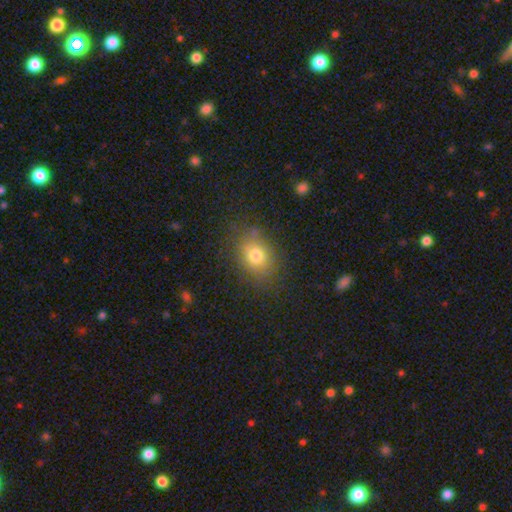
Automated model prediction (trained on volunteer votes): The model was most divided on "how rounded": round: 54%, in between: 44%, cigar-shaped: 1%. More confident: merging — none (78%); smooth or featured — smooth (75%).